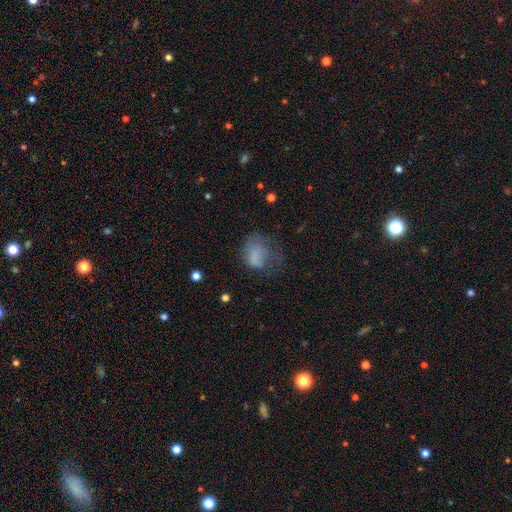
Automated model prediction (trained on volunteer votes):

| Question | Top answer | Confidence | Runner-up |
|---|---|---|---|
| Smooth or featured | smooth | 66% | featured or disk (21%) |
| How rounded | in between | 58% | round (41%) |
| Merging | major disturbance | 46% | none (27%) |